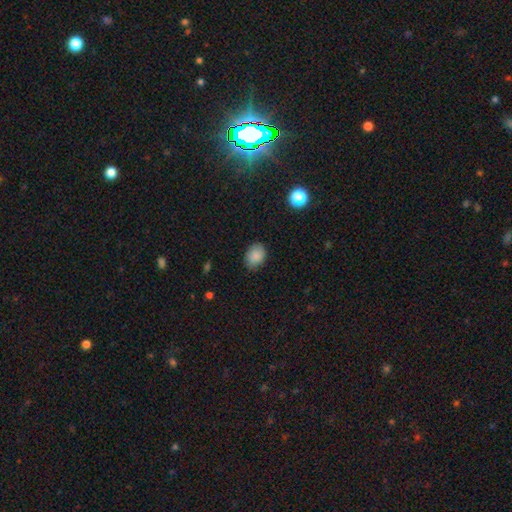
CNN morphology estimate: A smooth galaxy with no disk features (87%) that is in between round and cigar-shaped (61%).

Vote fractions:
- Smooth or featured? smooth: 87% / star or artifact: 8% / featured or disk: 4%
- How rounded? in between: 61% / round: 38% / cigar-shaped: 1%
- Merging? none: 81% / minor disturbance: 15% / major disturbance: 3% / merger: 1%